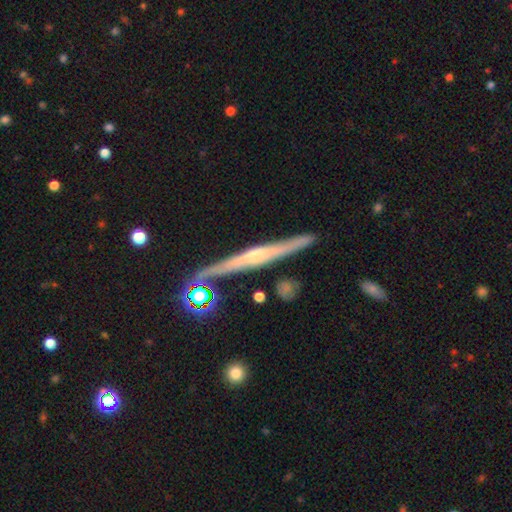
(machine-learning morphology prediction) featured or disk 76%, smooth 15%, star or artifact 9%. Down the decision tree: edge-on disk — yes (97%); edge-on bulge — rounded (62%); merging — none (84%).